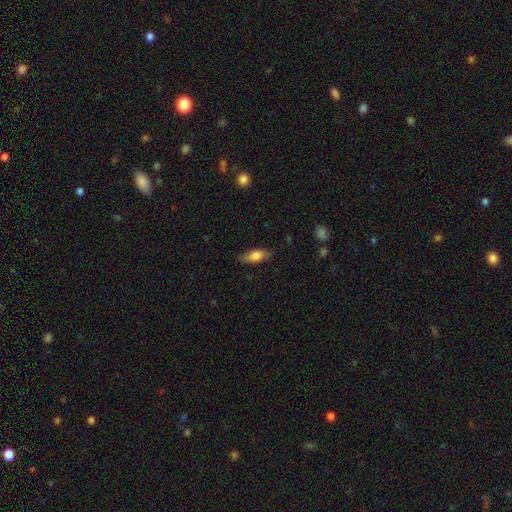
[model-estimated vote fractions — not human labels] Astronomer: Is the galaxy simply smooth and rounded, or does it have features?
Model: smooth — 75%.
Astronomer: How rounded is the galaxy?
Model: in between — 73%.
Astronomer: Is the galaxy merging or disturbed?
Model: none — 81%.